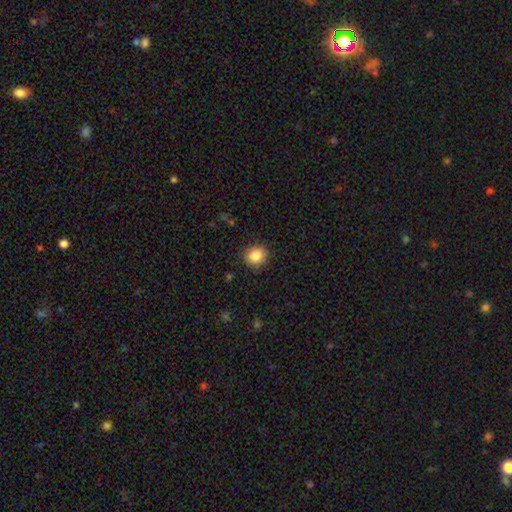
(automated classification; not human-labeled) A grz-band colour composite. It shows a smooth galaxy with no disk features (86%) that is round (67%). Merging: none (87%).